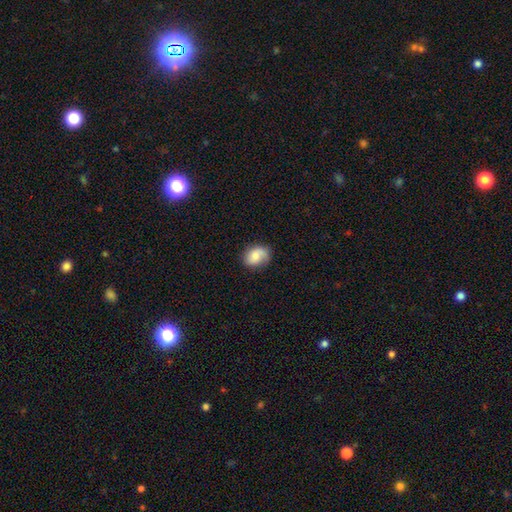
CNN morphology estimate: A smooth galaxy with no disk features (69%) that is in between round and cigar-shaped (65%).

Vote fractions:
- Smooth or featured? smooth: 69% / featured or disk: 23% / star or artifact: 8%
- How rounded? in between: 65% / round: 34% / cigar-shaped: 1%
- Merging? none: 70% / minor disturbance: 22% / major disturbance: 7% / merger: 1%